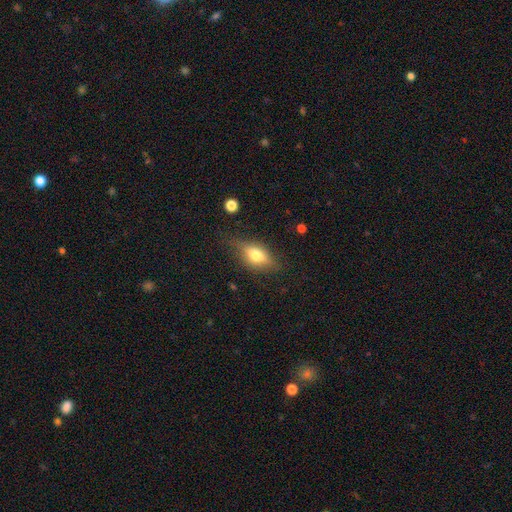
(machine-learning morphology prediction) A smooth galaxy with no disk features (61%) that is in between round and cigar-shaped (78%). Merging: none (71%).